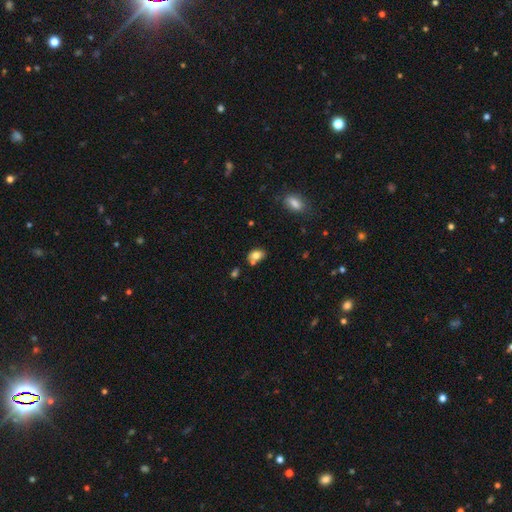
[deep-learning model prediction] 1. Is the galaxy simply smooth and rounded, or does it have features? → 77% smooth, 13% featured or disk, 10% star or artifact.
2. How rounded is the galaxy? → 78% in between, 20% round, 2% cigar-shaped.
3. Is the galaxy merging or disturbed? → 54% none, 24% merger, 17% minor disturbance, 5% major disturbance.